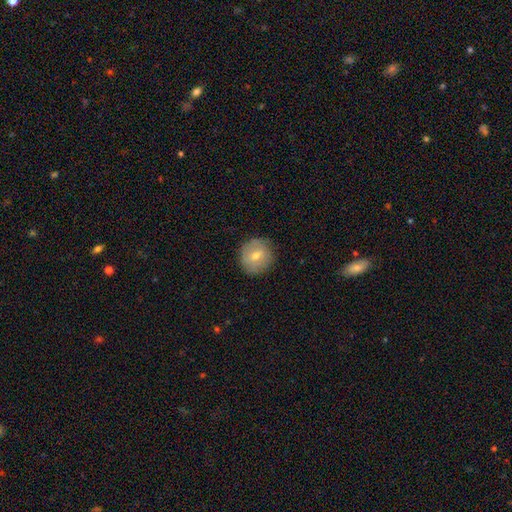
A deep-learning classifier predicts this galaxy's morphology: smooth 56%, featured or disk 35%, star or artifact 9%. Down the decision tree: how rounded — round (89%); merging — none (85%).